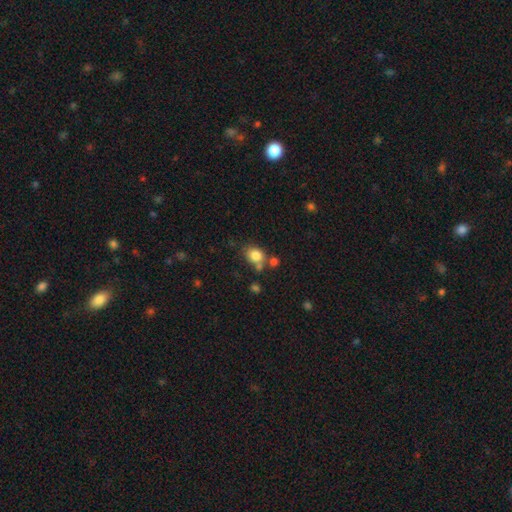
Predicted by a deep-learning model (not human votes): Smooth or featured? smooth (82%)
How rounded? in between (52%)
Merging? none (59%)